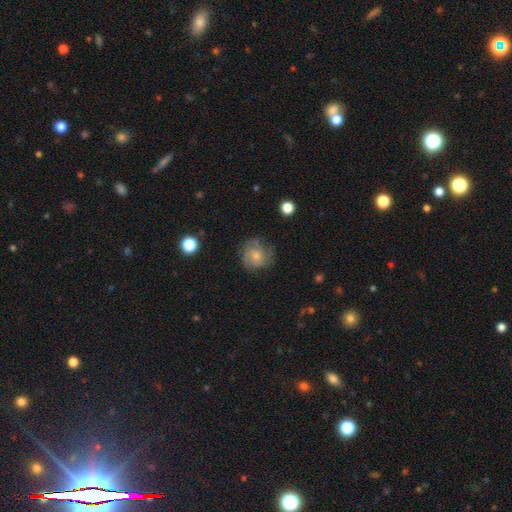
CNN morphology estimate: Smooth or featured?
  - smooth: 49% *
  - featured or disk: 42%
  - star or artifact: 9%
Merging?
  - none: 64% *
  - minor disturbance: 24%
  - major disturbance: 11%
  - merger: 2%